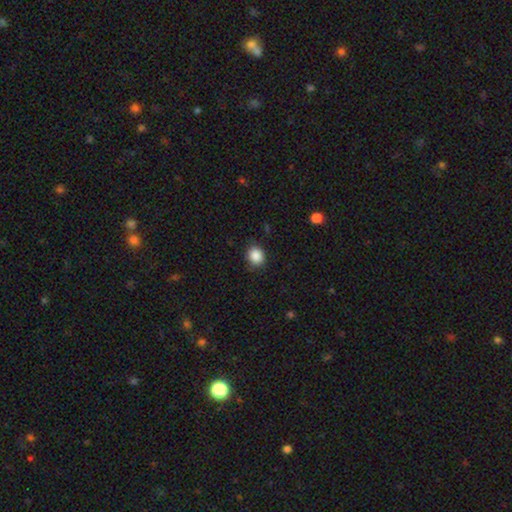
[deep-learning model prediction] Smooth or featured? Predicted: smooth (p=0.88). How rounded? Predicted: round (p=0.73). Merging? Predicted: none (p=0.87).